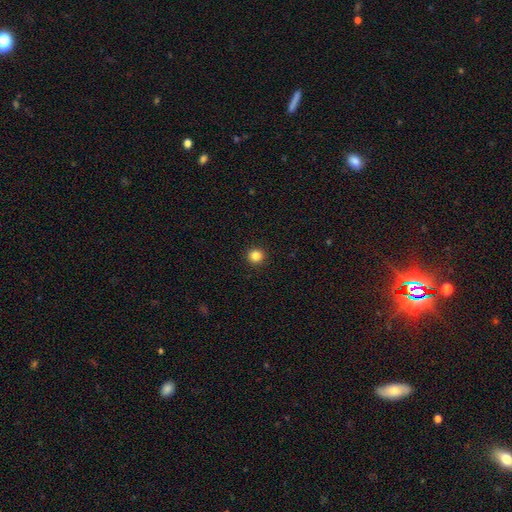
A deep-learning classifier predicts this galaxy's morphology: Overall: smooth (84%). How rounded: round (94%). Merging: none (93%).